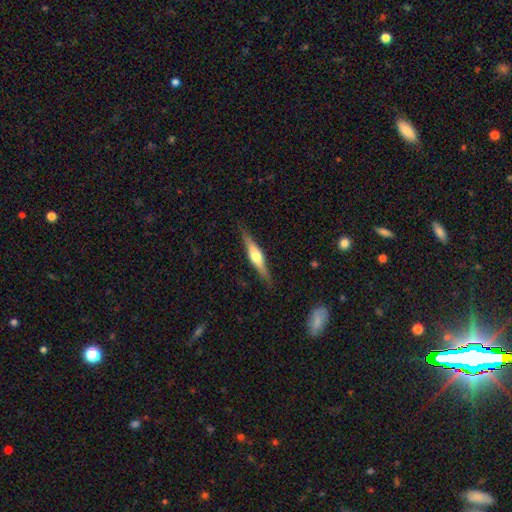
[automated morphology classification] The model was most divided on "smooth or featured": featured or disk: 64%, smooth: 31%, star or artifact: 5%. More confident: edge-on disk — yes (96%); edge-on bulge — rounded (91%); merging — none (86%).